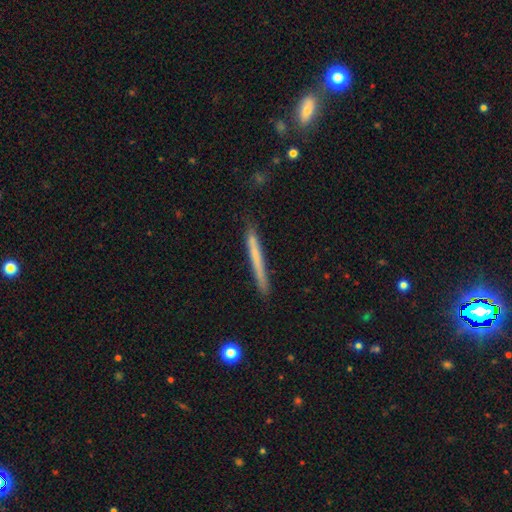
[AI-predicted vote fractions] Smooth or featured? Predicted: smooth (p=0.60). How rounded? Predicted: cigar-shaped (p=0.97). Merging? Predicted: none (p=0.86).